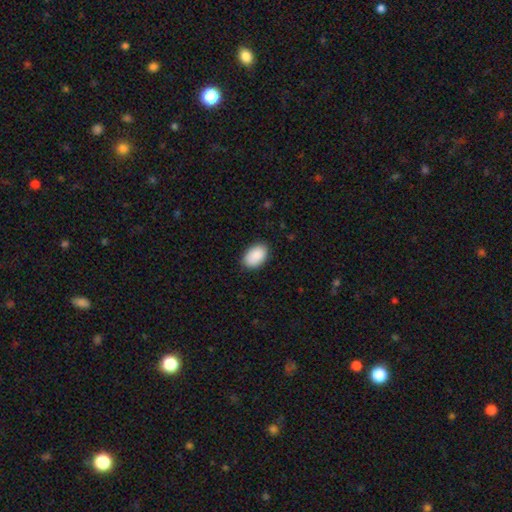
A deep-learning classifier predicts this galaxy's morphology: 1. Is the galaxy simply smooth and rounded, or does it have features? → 89% smooth, 6% star or artifact, 4% featured or disk.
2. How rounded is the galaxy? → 91% in between, 8% round, 1% cigar-shaped.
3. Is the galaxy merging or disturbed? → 85% none, 12% minor disturbance, 2% major disturbance, 1% merger.